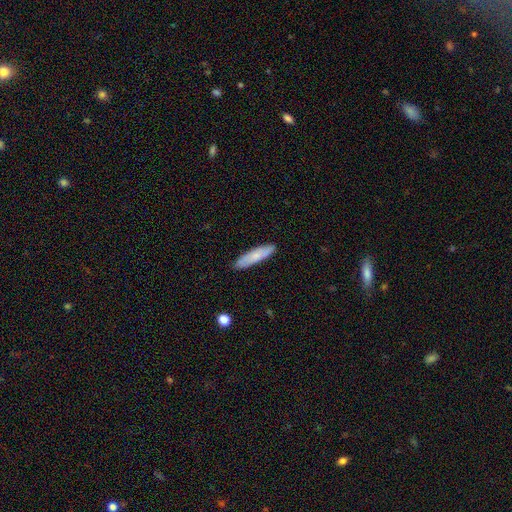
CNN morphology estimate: This appears to be a smooth galaxy with no disk features (73%) that is cigar-shaped (75%). Merging: none (89%).